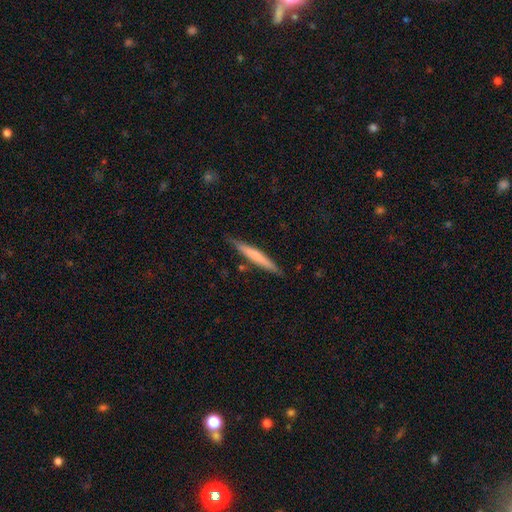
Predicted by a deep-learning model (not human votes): Overall: smooth (59%; featured or disk 36%). How rounded: cigar-shaped (95%). Merging: none (85%).